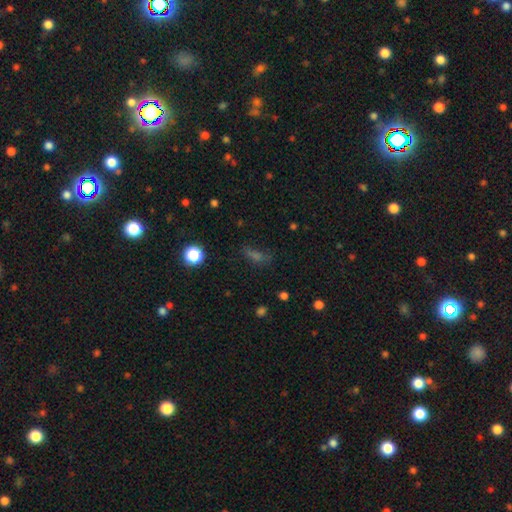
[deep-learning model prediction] Morphology: type=smooth (49%); merging=none (63%).